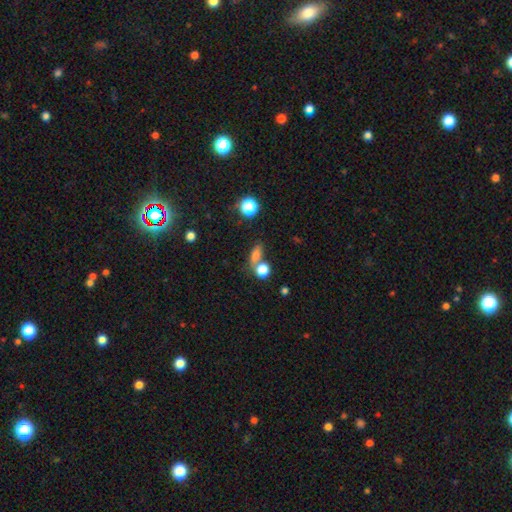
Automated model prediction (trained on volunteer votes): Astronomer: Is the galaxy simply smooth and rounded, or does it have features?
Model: smooth — 73%.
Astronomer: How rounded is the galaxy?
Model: in between — 57%.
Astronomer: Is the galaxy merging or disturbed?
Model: none — 54% (runner-up: merger, 29%).